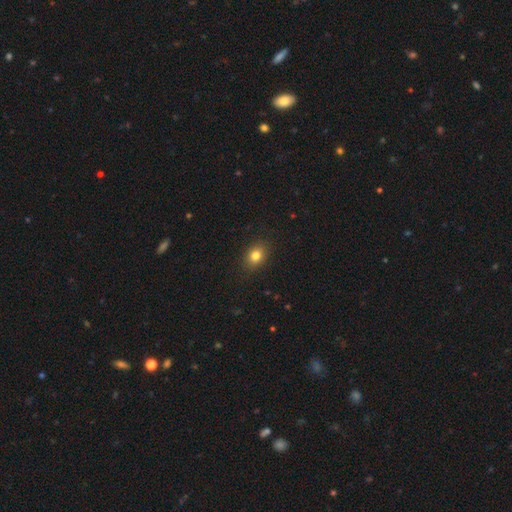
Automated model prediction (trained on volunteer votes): Morphology: type=smooth (81%); roundness=in between (60%); merging=none (88%).